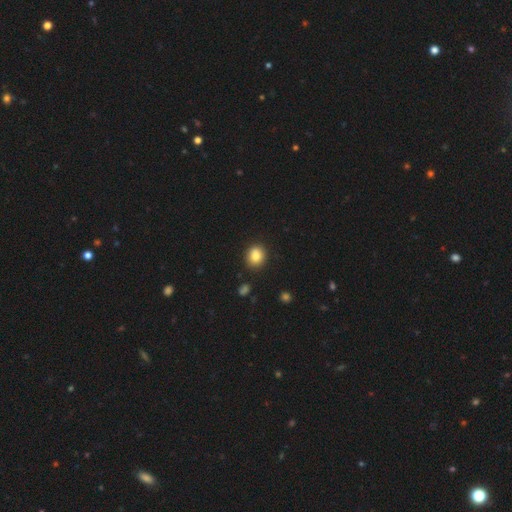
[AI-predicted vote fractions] Smooth or featured? Predicted: smooth (p=0.84). How rounded? Predicted: round (p=0.72). Merging? Predicted: none (p=0.84).